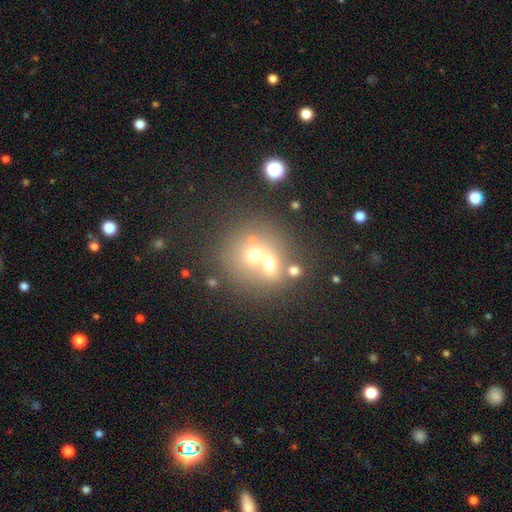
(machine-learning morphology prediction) Smooth or featured? Predicted: smooth (p=0.57). How rounded? Predicted: round (p=0.80). Merging? Predicted: merger (p=0.55).